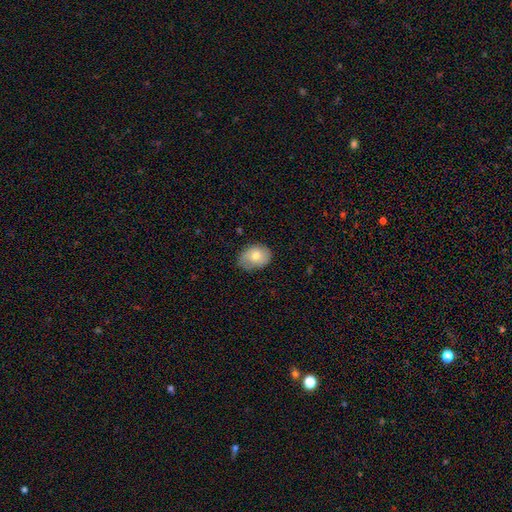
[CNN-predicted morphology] Smooth or featured?
  - smooth: 72% *
  - featured or disk: 21%
  - star or artifact: 7%
How rounded?
  - in between: 68% *
  - round: 31%
  - cigar-shaped: 1%
Merging?
  - none: 68% *
  - minor disturbance: 26%
  - major disturbance: 5%
  - merger: 1%